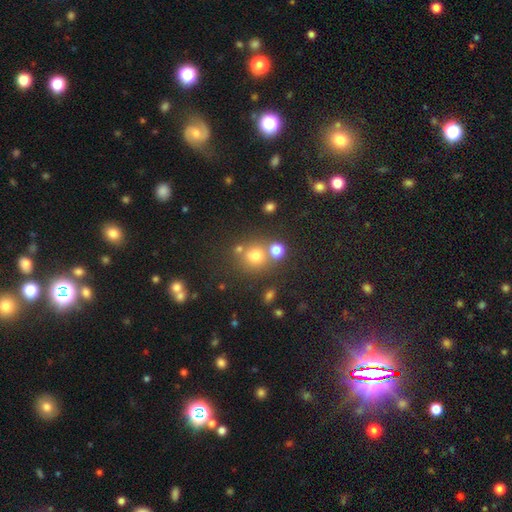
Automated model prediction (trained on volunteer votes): The model was most divided on "merging": none: 63%, merger: 22%, minor disturbance: 10%, major disturbance: 5%. More confident: how rounded — round (85%); smooth or featured — smooth (71%).